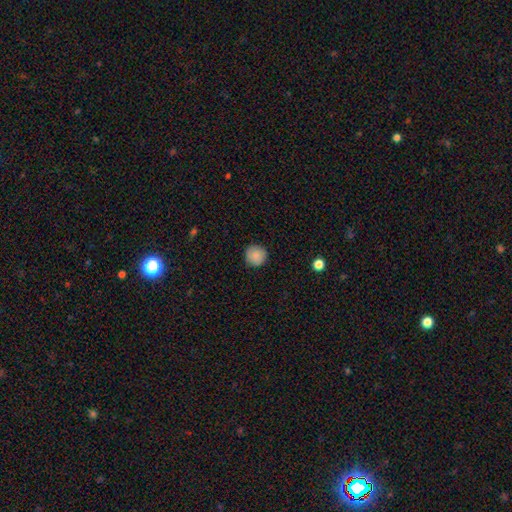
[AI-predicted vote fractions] Q: Smooth or featured?
A: smooth (87%); runner-up: star or artifact (8%)
Q: How rounded?
A: round (95%); runner-up: in between (4%)
Q: Merging?
A: none (89%); runner-up: minor disturbance (8%)